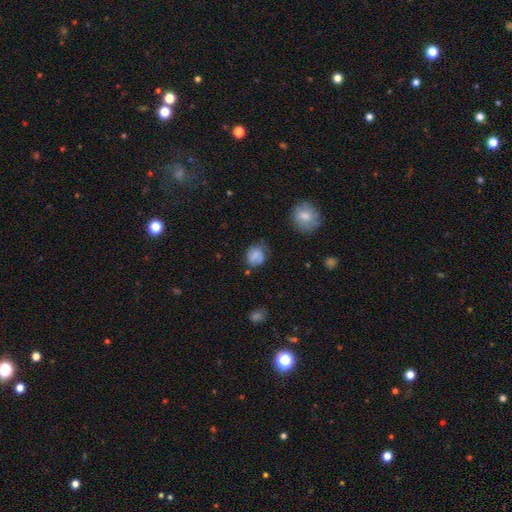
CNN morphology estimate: This appears to be a smooth galaxy with no disk features (67%) that is round (63%). Merging: none (60%).